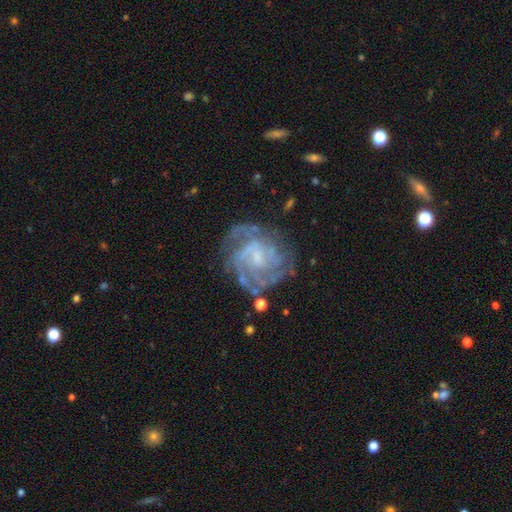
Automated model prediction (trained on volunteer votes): Q: Smooth or featured?
A: featured or disk (86%); runner-up: smooth (7%)
Q: Edge-on disk?
A: no (98%); runner-up: yes (2%)
Q: Bar?
A: weak (47%); runner-up: no (43%)
Q: Spiral arms?
A: yes (94%); runner-up: no (6%)
Q: Spiral winding?
A: tight (55%); runner-up: medium (37%)
Q: Spiral arm count?
A: can't tell (28%); runner-up: 3 (27%)
Q: Bulge size?
A: small (58%); runner-up: moderate (22%)
Q: Merging?
A: none (67%); runner-up: minor disturbance (18%)